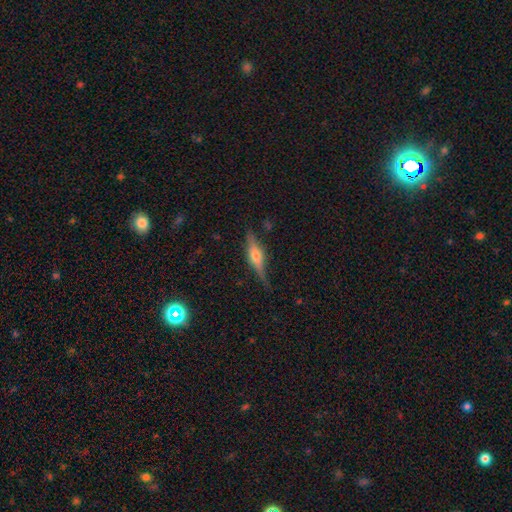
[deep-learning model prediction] Overall: featured or disk (69%). Edge-on disk: yes (95%). Edge-on bulge: rounded (87%). Merging: none (79%).